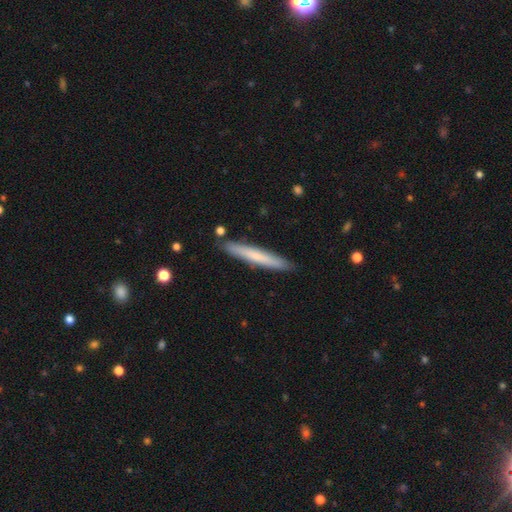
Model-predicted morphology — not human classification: A smooth galaxy with no disk features (64%) that is cigar-shaped (96%). Merging: none (89%).